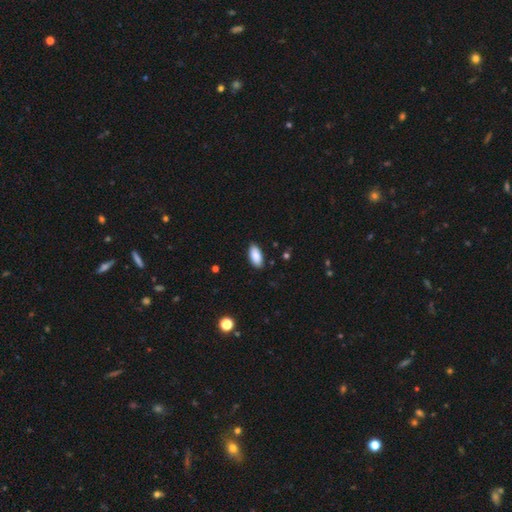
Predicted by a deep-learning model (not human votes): Smooth or featured? smooth (88%)
How rounded? in between (92%)
Merging? none (88%)